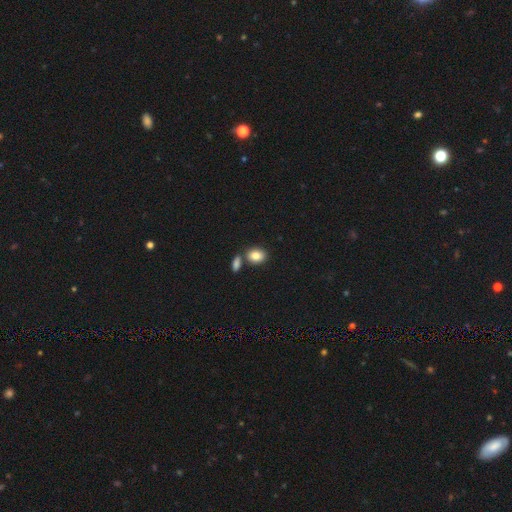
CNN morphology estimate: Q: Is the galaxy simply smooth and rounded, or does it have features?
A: smooth — 84%.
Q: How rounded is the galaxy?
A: in between — 66%.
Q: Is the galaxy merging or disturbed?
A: none — 63%.